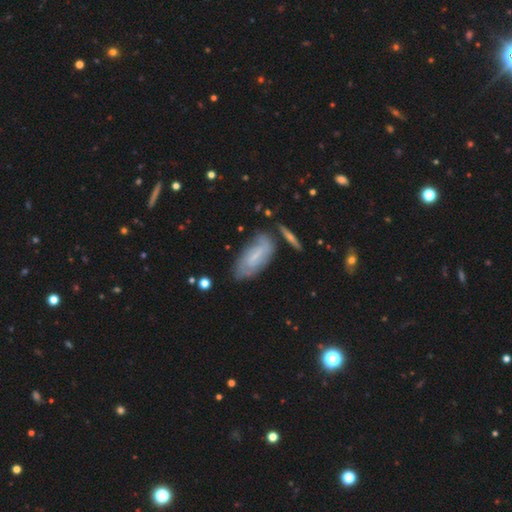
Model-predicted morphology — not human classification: The model was most divided on "smooth or featured": featured or disk: 53%, smooth: 39%, star or artifact: 8%. More confident: edge-on disk — no (86%); merging — none (66%).